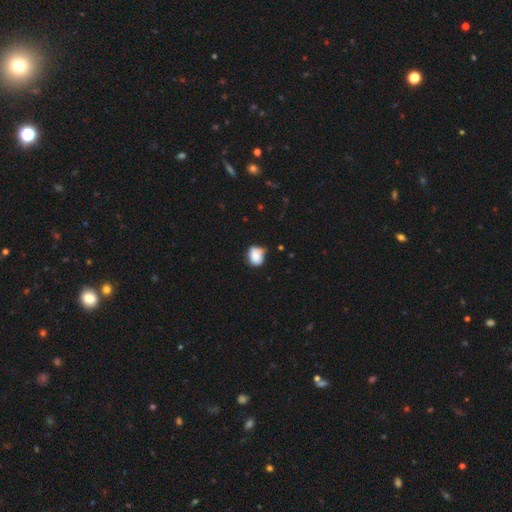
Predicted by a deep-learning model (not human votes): smooth_or_featured: smooth (p=0.83) [alt: star or artifact p=0.09]
how_rounded: in between (p=0.54) [alt: round p=0.45]
merging: none (p=0.53) [alt: minor disturbance p=0.35]